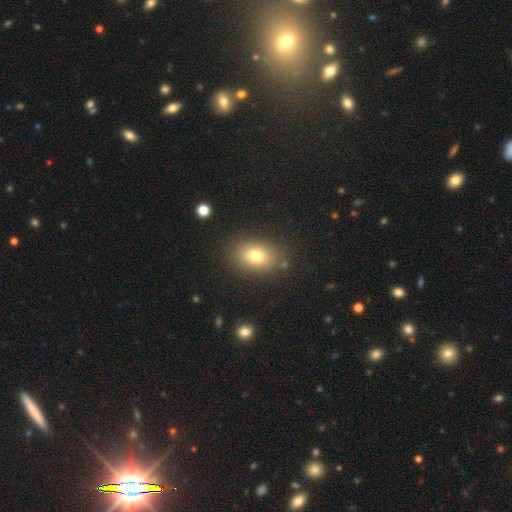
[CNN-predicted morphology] Q: Smooth or featured?
A: smooth (78%); runner-up: featured or disk (11%)
Q: How rounded?
A: in between (76%); runner-up: round (22%)
Q: Merging?
A: none (84%); runner-up: minor disturbance (10%)